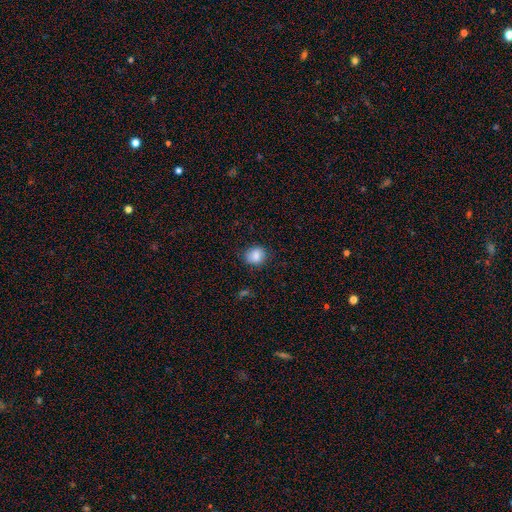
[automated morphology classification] Overall: smooth (85%). How rounded: round (62%; in between 37%). Merging: none (81%).